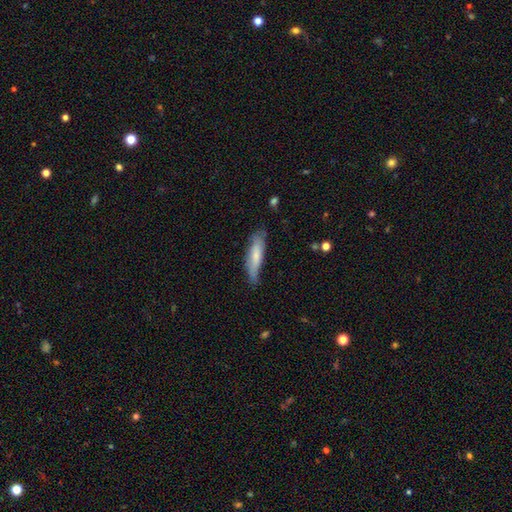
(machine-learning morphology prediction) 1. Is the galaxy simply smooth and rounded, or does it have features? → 66% smooth, 28% featured or disk, 6% star or artifact.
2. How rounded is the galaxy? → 72% cigar-shaped, 27% in between, 1% round.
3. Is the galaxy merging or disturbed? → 69% none, 25% minor disturbance, 5% major disturbance, 2% merger.